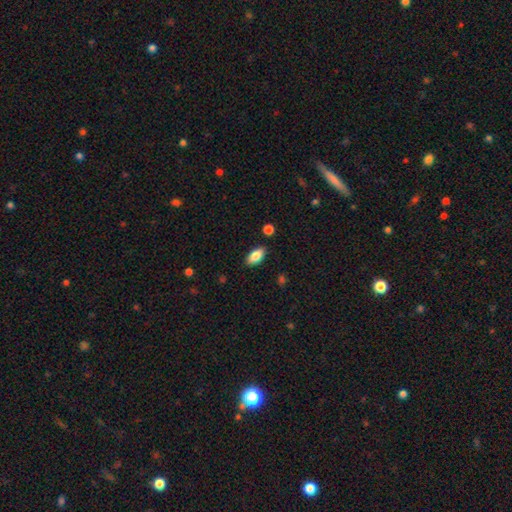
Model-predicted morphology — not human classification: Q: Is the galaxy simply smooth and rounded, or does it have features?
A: smooth — 84%.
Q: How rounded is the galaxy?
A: in between — 91%.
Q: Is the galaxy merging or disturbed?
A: none — 87%.